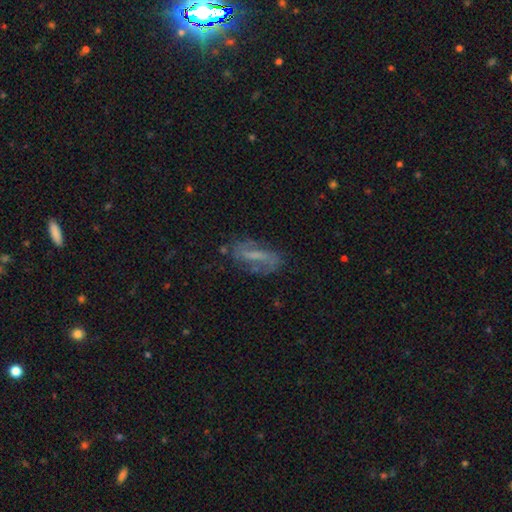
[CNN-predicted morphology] featured or disk 62%, smooth 27%, star or artifact 10%. Down the decision tree: edge-on disk — no (88%); bar — weak (40%); spiral arms — yes (77%); bulge size — none (40%); merging — none (66%).